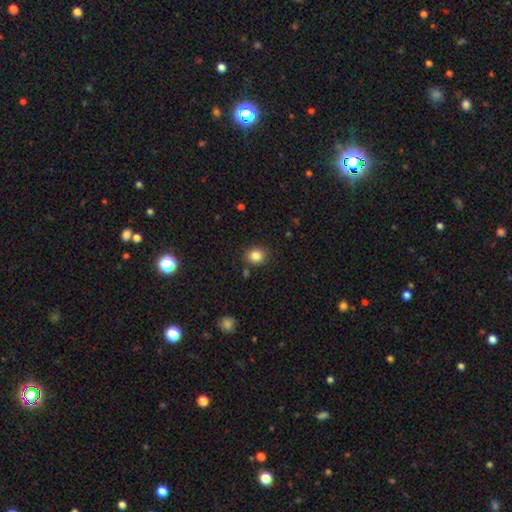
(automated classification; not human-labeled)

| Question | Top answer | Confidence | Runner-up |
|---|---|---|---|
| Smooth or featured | smooth | 84% | star or artifact (10%) |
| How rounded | round | 74% | in between (25%) |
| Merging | none | 84% | minor disturbance (10%) |